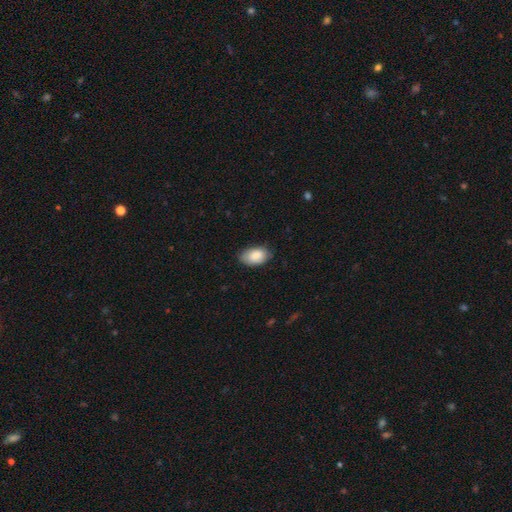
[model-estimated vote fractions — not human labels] Smooth or featured: smooth — 85% (featured or disk — 9%)
How rounded: in between — 92% (round — 7%)
Merging: none — 74% (minor disturbance — 22%)